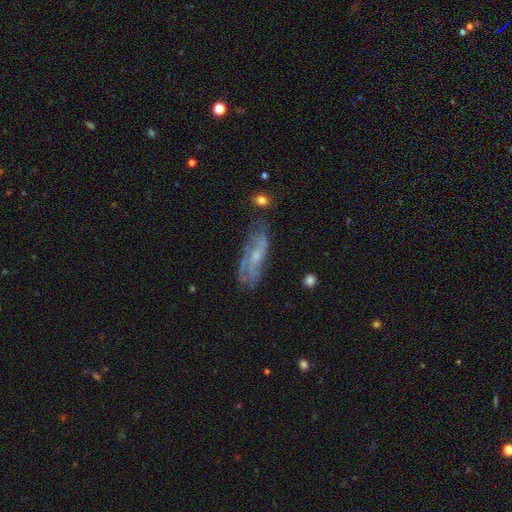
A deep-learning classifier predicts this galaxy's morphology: smooth_or_featured: featured or disk (p=0.67) [alt: smooth p=0.25]
disk_edge_on: no (p=0.81) [alt: yes p=0.19]
bar: no (p=0.56) [alt: weak p=0.35]
has_spiral_arms: yes (p=0.78) [alt: no p=0.22]
bulge_size: small (p=0.57) [alt: moderate p=0.31]
merging: none (p=0.61) [alt: minor disturbance p=0.24]